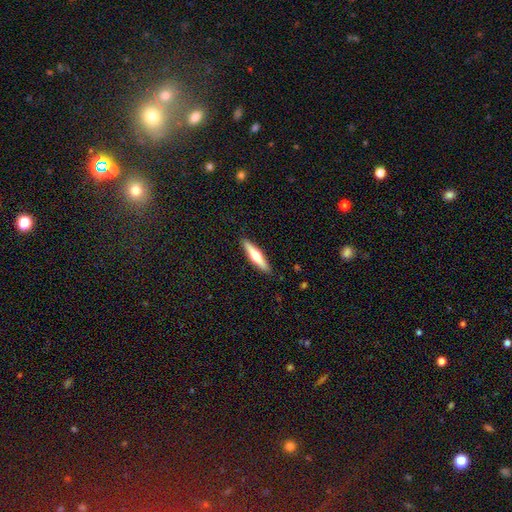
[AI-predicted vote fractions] This is possibly a featured or disk galaxy (49%). Merging: clearly none (90%).